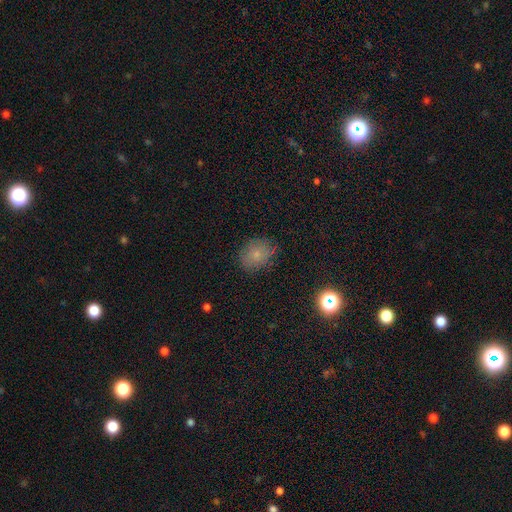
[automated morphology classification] The model was most divided on "how rounded": round: 52%, in between: 47%, cigar-shaped: 1%. More confident: merging — none (81%); smooth or featured — smooth (76%).